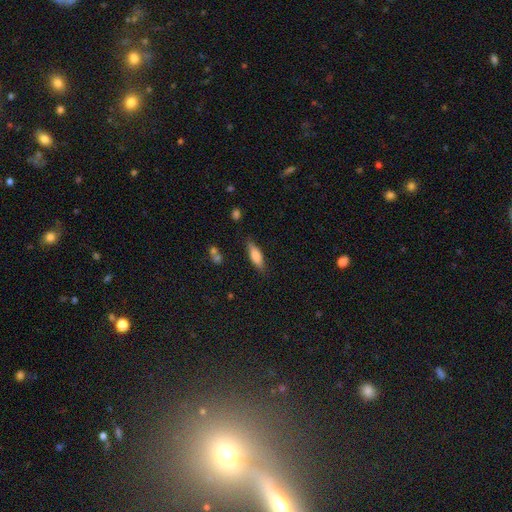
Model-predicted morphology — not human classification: A smooth galaxy with no disk features (77%) that is in between round and cigar-shaped (53%).

Vote fractions:
- Smooth or featured? smooth: 77% / featured or disk: 16% / star or artifact: 7%
- How rounded? in between: 53% / cigar-shaped: 45% / round: 2%
- Merging? none: 80% / minor disturbance: 14% / major disturbance: 3% / merger: 2%